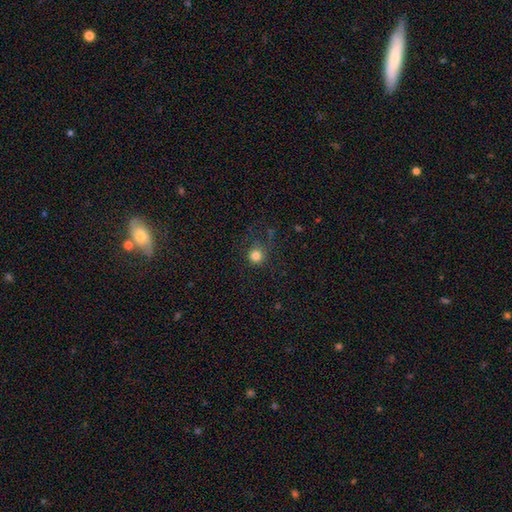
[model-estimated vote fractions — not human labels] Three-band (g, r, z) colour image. It shows a smooth galaxy with no disk features (81%) that is round (92%). Merging: none (75%).